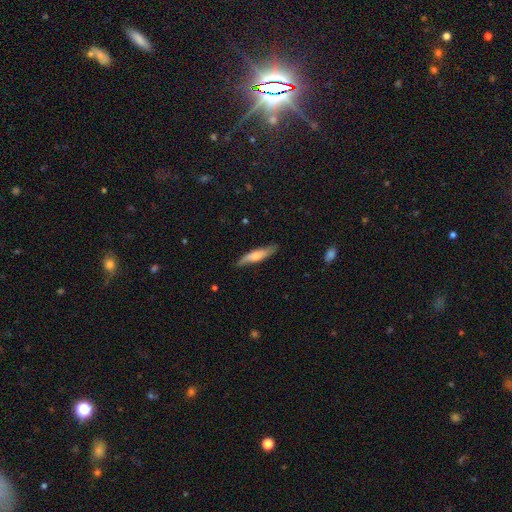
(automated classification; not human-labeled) The model was most divided on "smooth or featured": smooth: 60%, featured or disk: 34%, star or artifact: 6%. More confident: merging — none (81%); how rounded — cigar-shaped (79%).